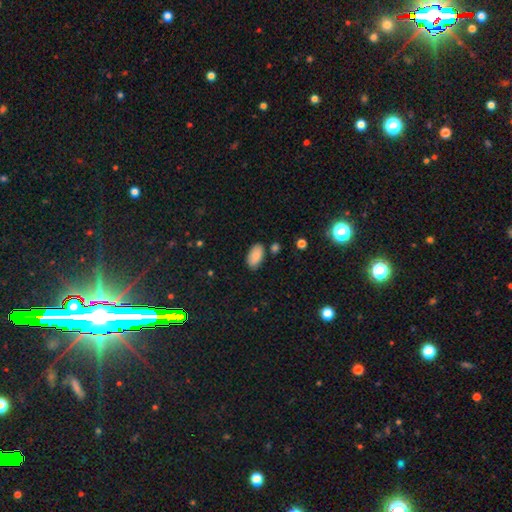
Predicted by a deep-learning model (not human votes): Smooth or featured: smooth — 86% (star or artifact — 8%)
How rounded: in between — 95% (round — 3%)
Merging: none — 82% (minor disturbance — 12%)